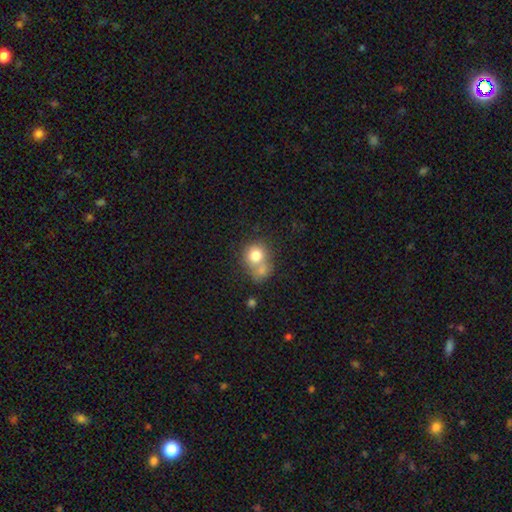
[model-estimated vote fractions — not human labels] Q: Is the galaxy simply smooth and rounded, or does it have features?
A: smooth — 76%.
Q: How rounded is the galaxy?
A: round — 77%.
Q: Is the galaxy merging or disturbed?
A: merger — 51%.